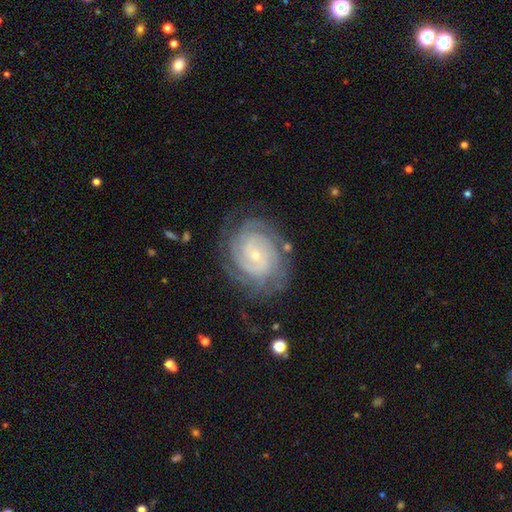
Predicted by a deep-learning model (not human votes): A featured or disk galaxy (88%) with no bar (66%), tight (80%) spiral arms (98%) and a small central bulge (82%).

Vote fractions:
- Smooth or featured? featured or disk: 88% / smooth: 7% / star or artifact: 6%
- Edge-on disk? no: 97% / yes: 3%
- Bar? no: 66% / weak: 27% / strong: 7%
- Spiral arms? yes: 98% / no: 2%
- Spiral winding? tight: 80% / medium: 17% / loose: 3%
- Spiral arm count? can't tell: 25% / 2: 22% / 3: 20% / 4: 20% / more than 4: 8% / 1: 6%
- Bulge size? small: 82% / moderate: 15% / none: 2% / large: 1% / dominant: 1%
- Merging? none: 78% / minor disturbance: 15% / major disturbance: 5% / merger: 1%